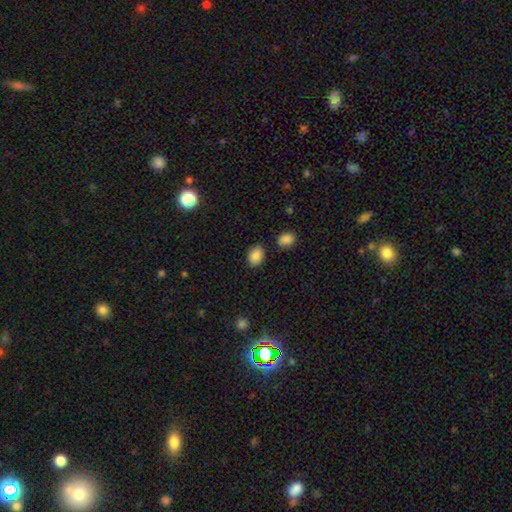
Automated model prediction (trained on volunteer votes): smooth_or_featured: smooth (p=0.87) [alt: star or artifact p=0.08]
how_rounded: in between (p=0.76) [alt: round p=0.23]
merging: none (p=0.84) [alt: minor disturbance p=0.10]